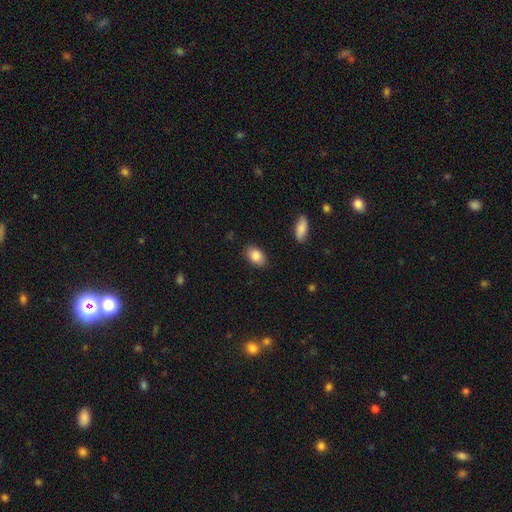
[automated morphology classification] This is clearly a smooth galaxy (86%). How rounded: clearly in between (87%). Merging: clearly none (86%).